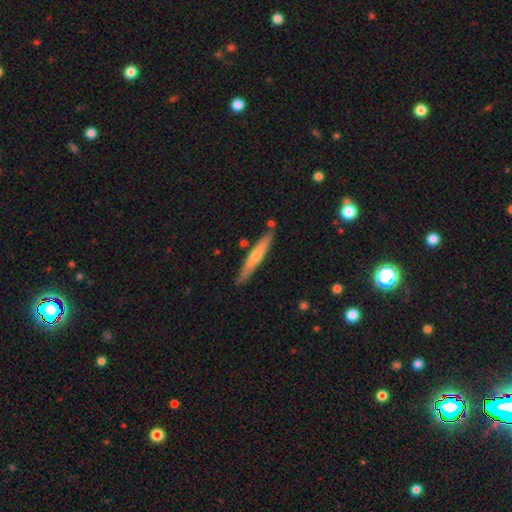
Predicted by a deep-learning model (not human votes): smooth 53%, featured or disk 42%, star or artifact 5%. Down the decision tree: how rounded — cigar-shaped (95%); merging — none (84%).